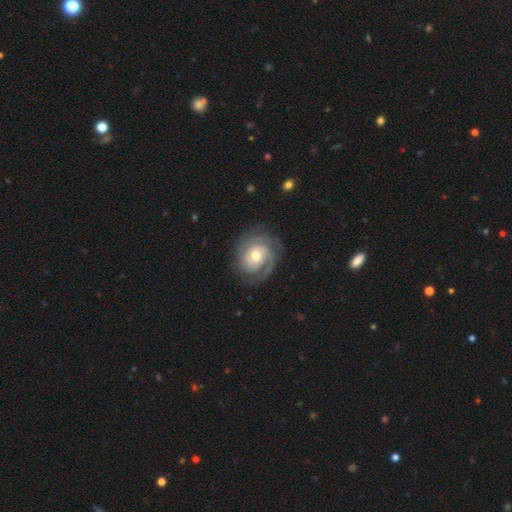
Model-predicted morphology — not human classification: featured or disk 82%, smooth 13%, star or artifact 5%. Down the decision tree: edge-on disk — no (97%); bar — no (69%); spiral arms — yes (94%); spiral arm count — 2 (41%); spiral winding — tight (62%); bulge size — moderate (68%); merging — none (74%).